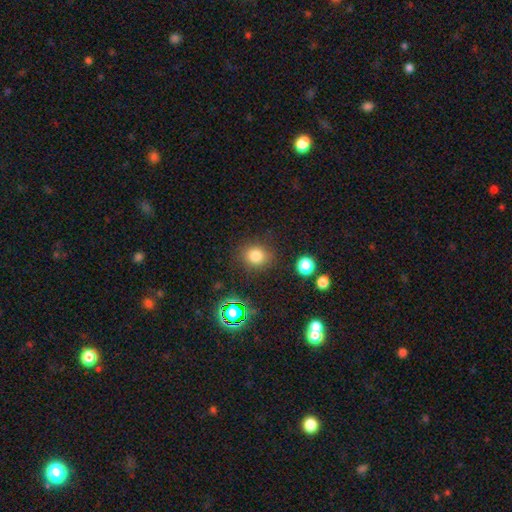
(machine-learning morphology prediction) smooth 79%, star or artifact 15%, featured or disk 6%. Down the decision tree: how rounded — round (78%); merging — none (83%).